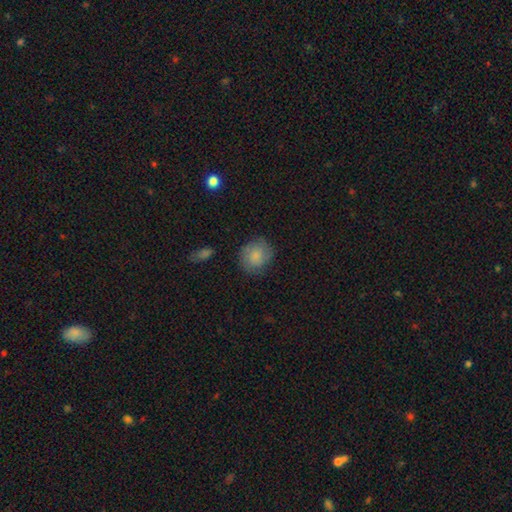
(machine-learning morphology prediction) Overall: smooth (79%). How rounded: round (77%). Merging: none (78%).